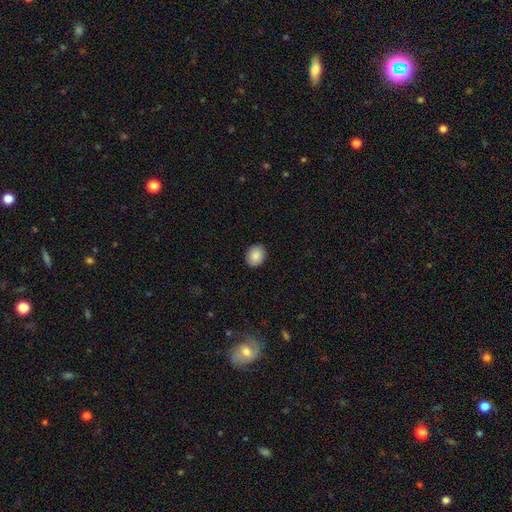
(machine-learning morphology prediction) Smooth or featured? Predicted: smooth (p=0.88). How rounded? Predicted: round (p=0.51). Merging? Predicted: none (p=0.90).